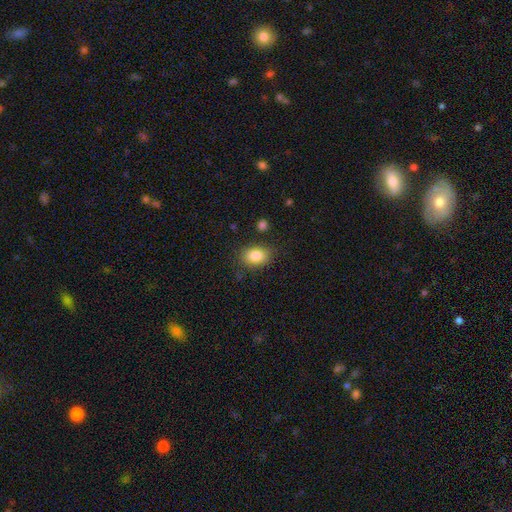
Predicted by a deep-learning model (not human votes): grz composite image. It shows a smooth galaxy with no disk features (85%) that is in between round and cigar-shaped (73%). Merging: none (81%).